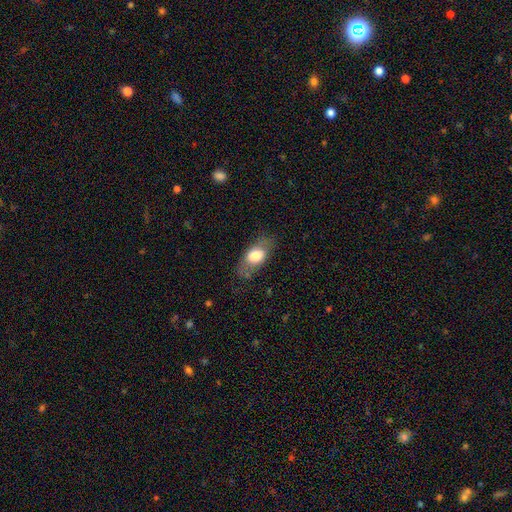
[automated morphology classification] smooth 69%, featured or disk 24%, star or artifact 7%. Down the decision tree: how rounded — in between (86%); merging — none (70%).